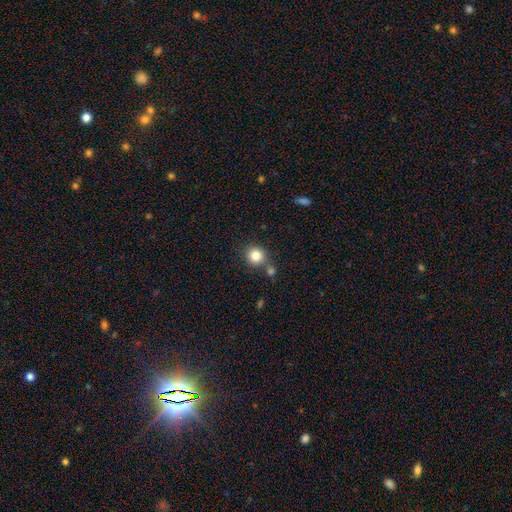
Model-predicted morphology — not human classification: This is clearly a smooth galaxy (83%). How rounded: clearly round (91%). Merging: likely none (75%).